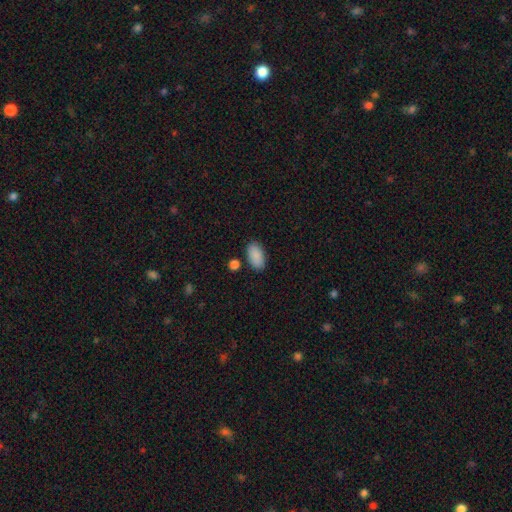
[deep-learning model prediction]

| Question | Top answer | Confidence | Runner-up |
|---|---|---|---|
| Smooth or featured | smooth | 89% | star or artifact (7%) |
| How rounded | in between | 94% | round (4%) |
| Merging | none | 82% | minor disturbance (11%) |